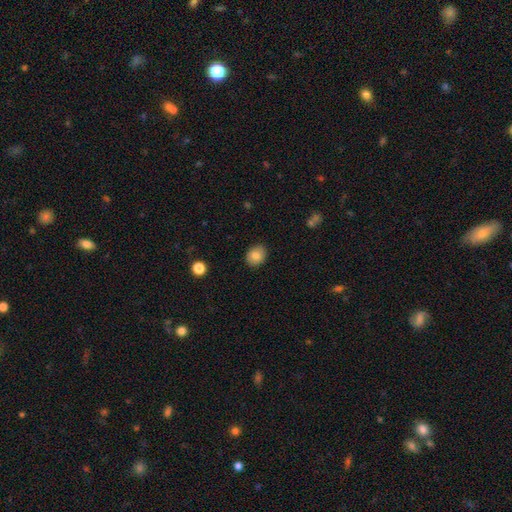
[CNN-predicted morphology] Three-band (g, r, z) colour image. It shows a smooth galaxy with no disk features (81%) that is round (50%). Merging: none (88%).